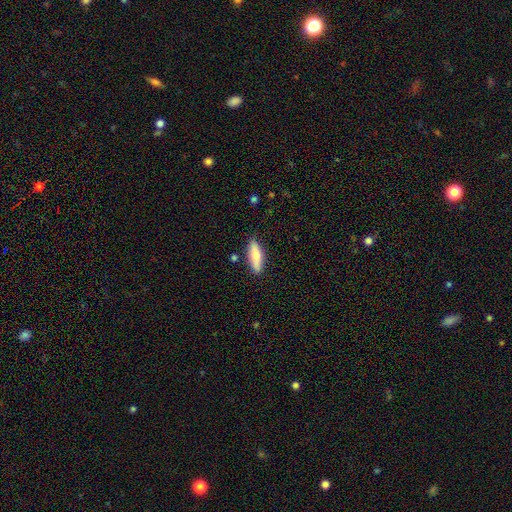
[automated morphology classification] Smooth or featured: smooth — 70% (featured or disk — 24%)
How rounded: cigar-shaped — 62% (in between — 36%)
Merging: none — 85% (minor disturbance — 11%)